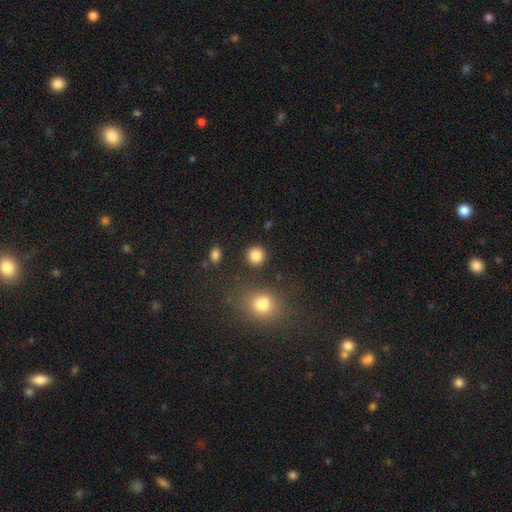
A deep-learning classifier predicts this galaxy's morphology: This appears to be a smooth galaxy with no disk features (84%) that is round (91%). Merging: none (88%).